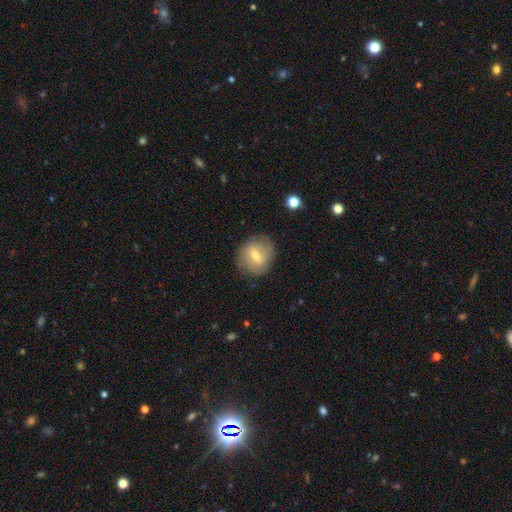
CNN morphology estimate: A smooth galaxy with no disk features (60%) that is round (77%). Merging: none (82%).